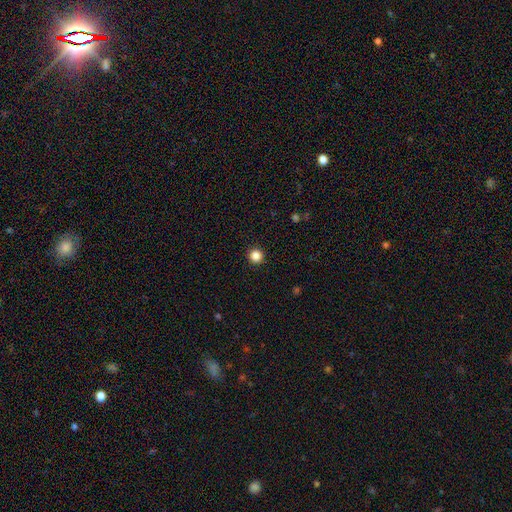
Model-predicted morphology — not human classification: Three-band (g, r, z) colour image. It shows a smooth galaxy with no disk features (85%) that is round (95%). Merging: none (94%).